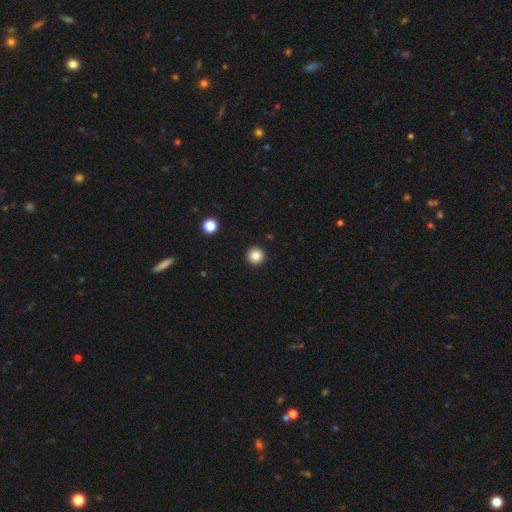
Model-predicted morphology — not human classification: smooth 84%, star or artifact 11%, featured or disk 5%. Down the decision tree: how rounded — round (96%); merging — none (93%).